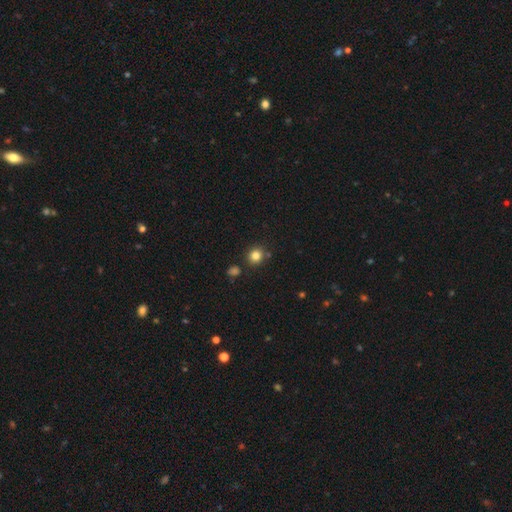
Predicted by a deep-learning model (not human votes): Smooth or featured: smooth — 83% (star or artifact — 12%)
How rounded: round — 85% (in between — 14%)
Merging: none — 83% (minor disturbance — 9%)